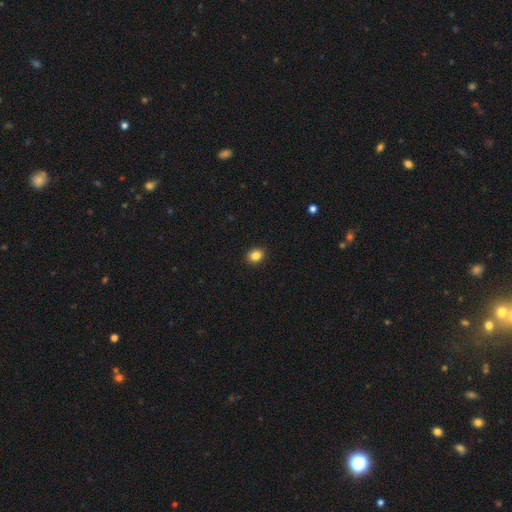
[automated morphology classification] Overall: smooth (85%). How rounded: round (56%; in between 43%). Merging: none (92%).